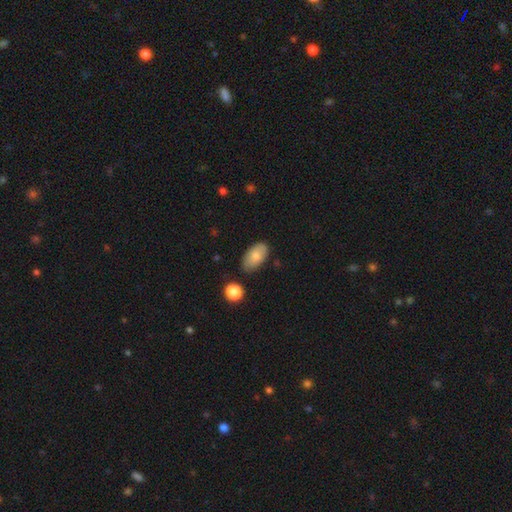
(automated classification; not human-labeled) Q: Smooth or featured?
A: smooth (79%); runner-up: featured or disk (14%)
Q: How rounded?
A: in between (94%); runner-up: round (4%)
Q: Merging?
A: none (79%); runner-up: minor disturbance (15%)